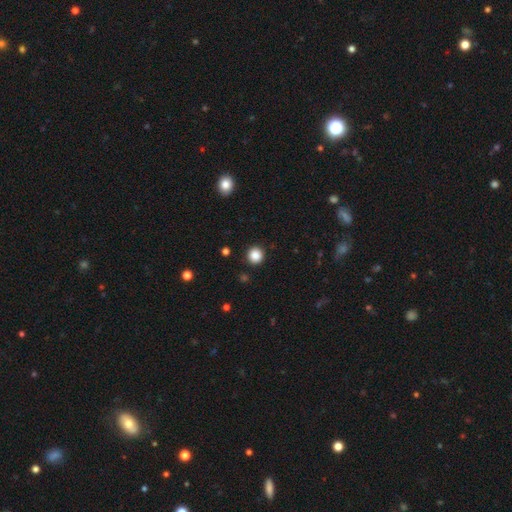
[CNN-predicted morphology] type=smooth (86%); roundness=round (95%); merging=none (93%).